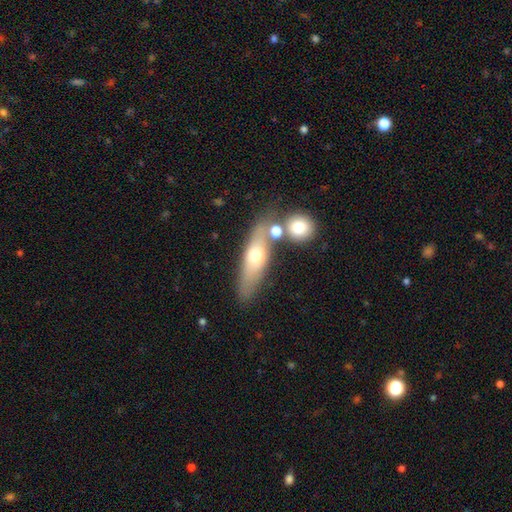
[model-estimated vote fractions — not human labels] smooth_or_featured: smooth (p=0.53) [alt: featured or disk p=0.39]
how_rounded: cigar-shaped (p=0.57) [alt: in between p=0.39]
merging: none (p=0.64) [alt: merger p=0.18]